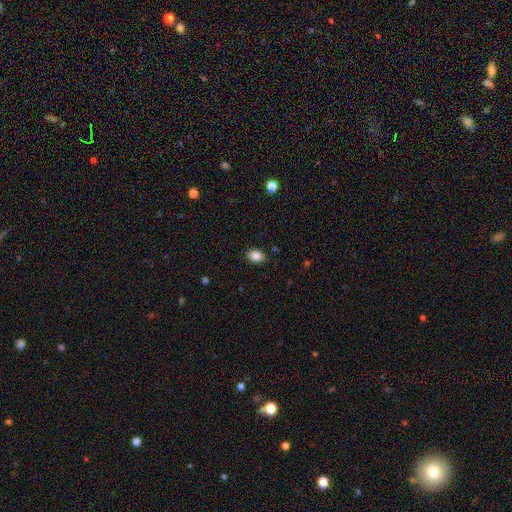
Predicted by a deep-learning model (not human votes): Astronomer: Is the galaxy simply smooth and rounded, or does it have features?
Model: smooth — 86%.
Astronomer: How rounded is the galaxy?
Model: in between — 72%.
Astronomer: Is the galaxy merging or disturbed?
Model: none — 87%.